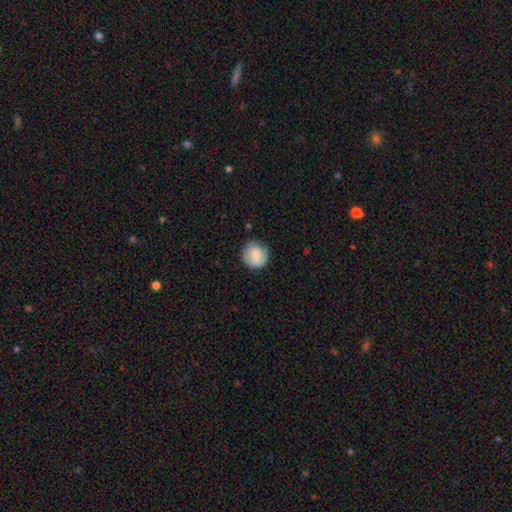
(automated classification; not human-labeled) Smooth or featured?
  - smooth: 73% *
  - featured or disk: 20%
  - star or artifact: 7%
How rounded?
  - round: 90% *
  - in between: 9%
  - cigar-shaped: 1%
Merging?
  - none: 79% *
  - minor disturbance: 17%
  - major disturbance: 4%
  - merger: 1%